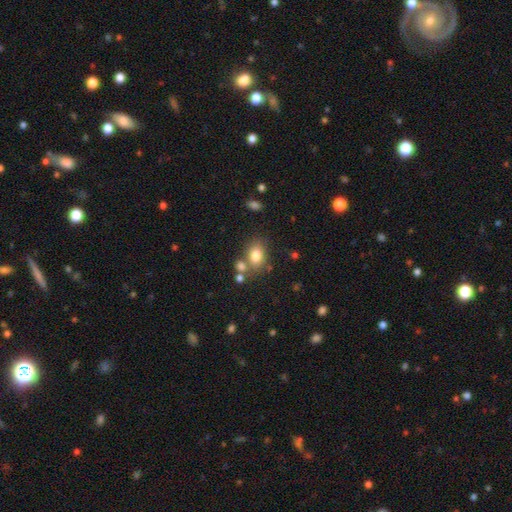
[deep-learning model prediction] A smooth galaxy with no disk features (79%) that is in between round and cigar-shaped (72%). Merging: none (61%).